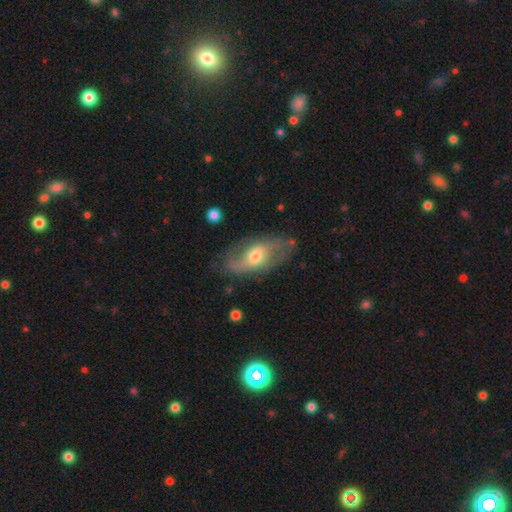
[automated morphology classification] This is likely a featured or disk galaxy (66%). It is clearly not viewed edge-on (90%). Bar: possibly no (45%). Spiral arm pattern: likely yes (76%). Central bulge: likely moderate (63%). Merging: likely none (66%).